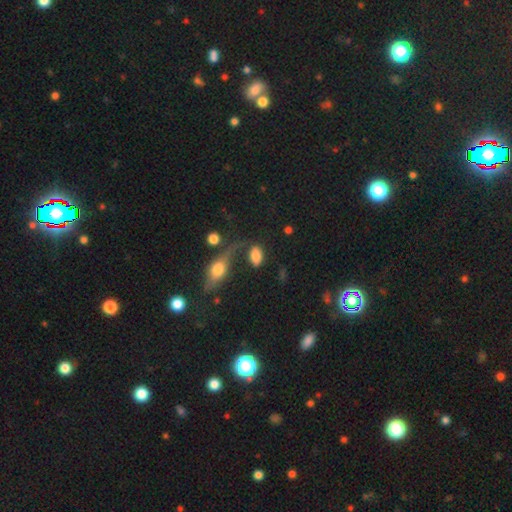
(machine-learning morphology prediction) Smooth or featured? Predicted: smooth (p=0.76). How rounded? Predicted: in between (p=0.87). Merging? Predicted: none (p=0.50).